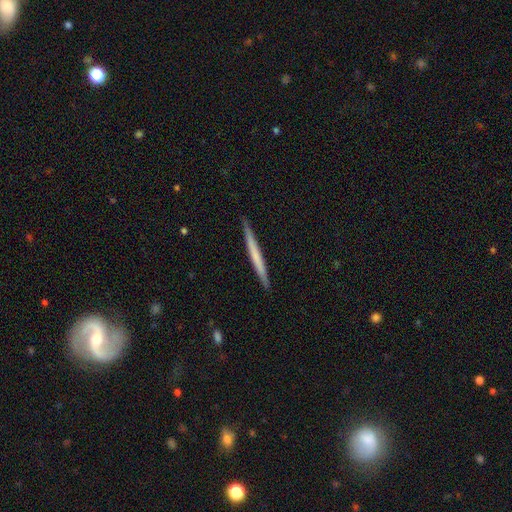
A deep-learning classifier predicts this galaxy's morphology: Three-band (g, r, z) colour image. It shows a smooth galaxy with no disk features (52%) that is cigar-shaped (97%). Merging: none (91%).